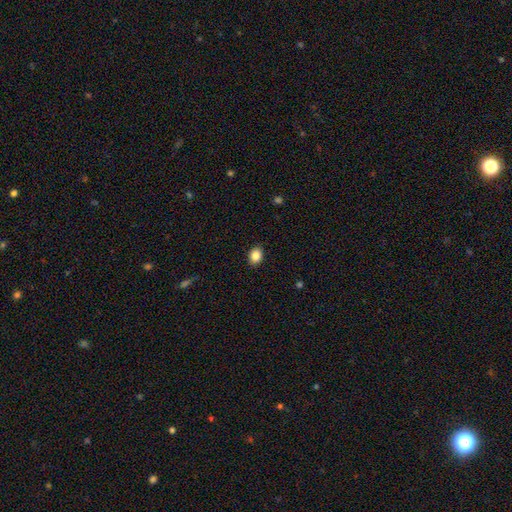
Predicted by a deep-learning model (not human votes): Q: Smooth or featured?
A: smooth (86%); runner-up: star or artifact (9%)
Q: How rounded?
A: in between (58%); runner-up: round (41%)
Q: Merging?
A: none (90%); runner-up: minor disturbance (7%)